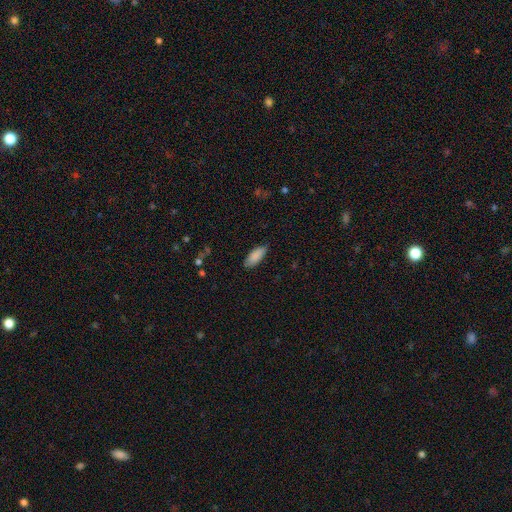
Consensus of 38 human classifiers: Q: Smooth or featured?
A: smooth (92%); runner-up: star or artifact (5%)
Q: How rounded?
A: in between (86%); runner-up: cigar-shaped (14%)
Q: Merging?
A: none (78%); runner-up: minor disturbance (14%)